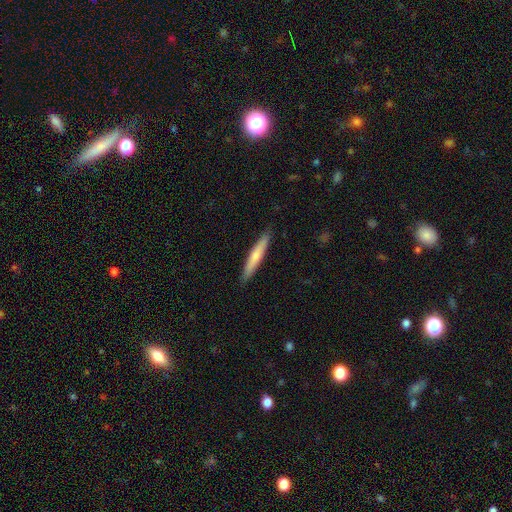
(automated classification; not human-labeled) Smooth or featured? Predicted: smooth (p=0.62). How rounded? Predicted: cigar-shaped (p=0.93). Merging? Predicted: none (p=0.90).